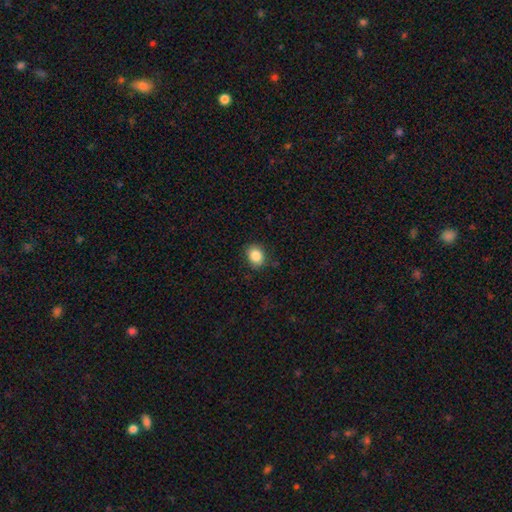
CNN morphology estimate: Overall: smooth (86%). How rounded: round (52%; in between 48%). Merging: none (84%).